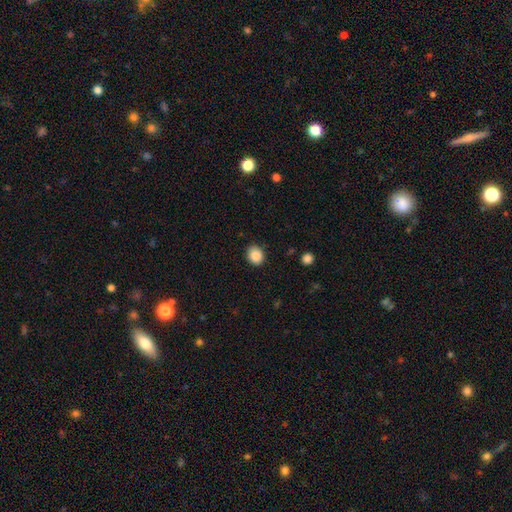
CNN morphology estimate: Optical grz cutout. It shows a smooth galaxy with no disk features (88%) that is round (64%). Merging: none (87%).